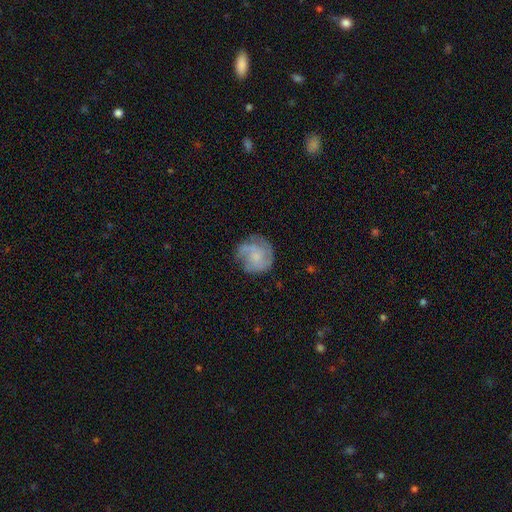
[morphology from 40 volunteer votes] This appears to be a featured or disk galaxy (70%) with no bar (82%), 2 (67%) tight (62%) spiral arms (86%) and a small central bulge (39%). Merging: none (77%).